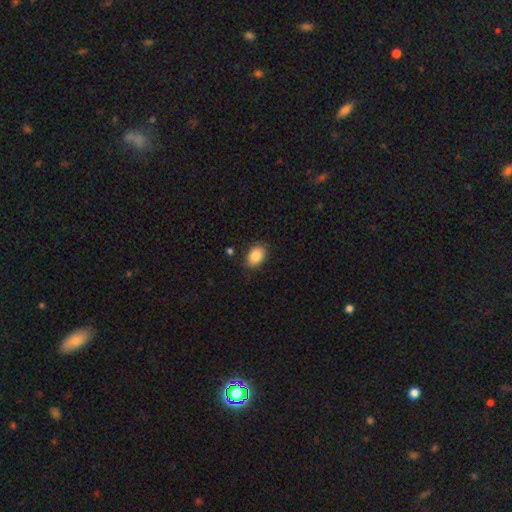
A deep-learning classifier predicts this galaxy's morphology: Smooth or featured: smooth — 86% (star or artifact — 8%)
How rounded: in between — 81% (round — 18%)
Merging: none — 84% (minor disturbance — 12%)